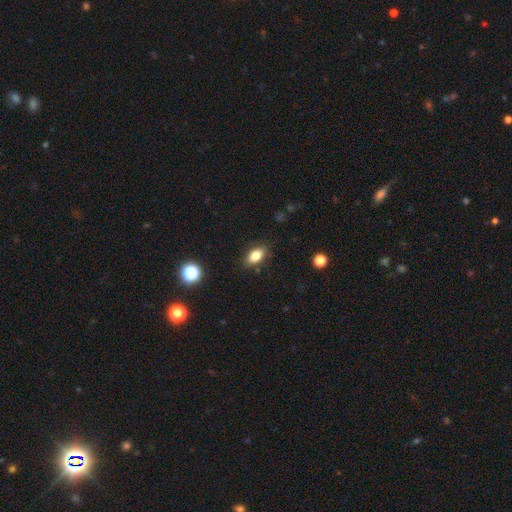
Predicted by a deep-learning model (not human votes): Smooth or featured: smooth — 82% (star or artifact — 9%)
How rounded: in between — 87% (round — 8%)
Merging: none — 85% (minor disturbance — 11%)